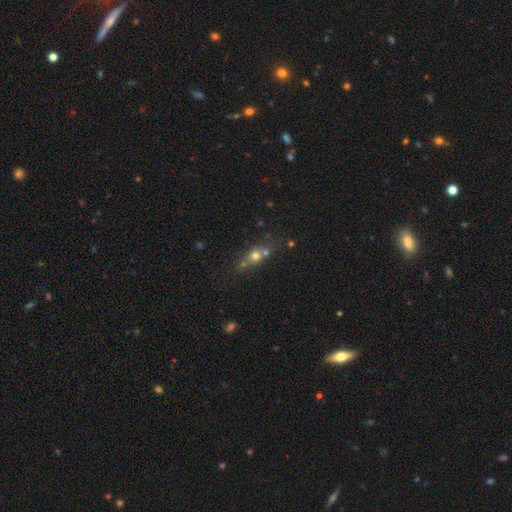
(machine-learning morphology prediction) Smooth or featured? smooth (61%)
How rounded? round (56%)
Merging? none (51%)